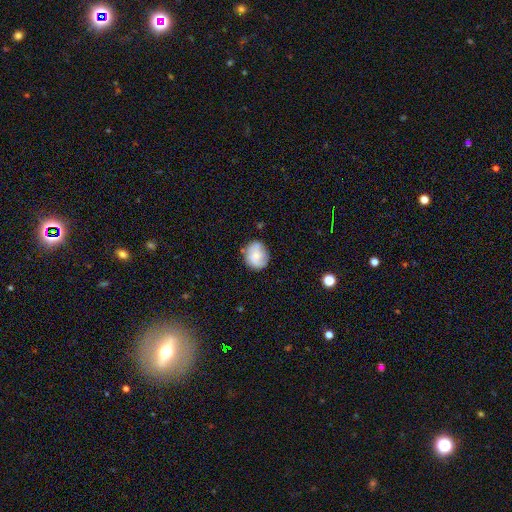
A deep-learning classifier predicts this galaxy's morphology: Smooth or featured: smooth — 60% (featured or disk — 32%)
How rounded: round — 70% (in between — 29%)
Merging: none — 71% (minor disturbance — 21%)